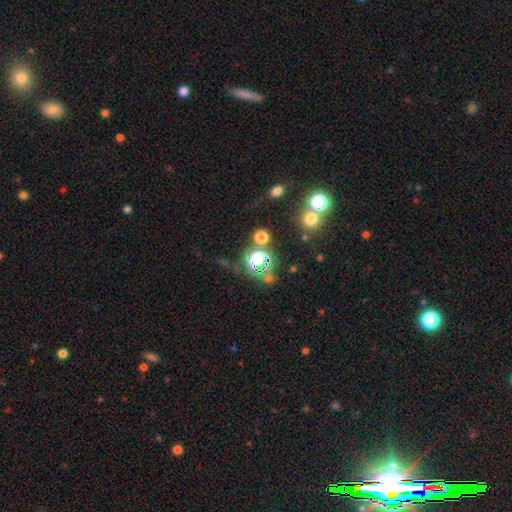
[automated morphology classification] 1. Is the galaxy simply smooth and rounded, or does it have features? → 52% star or artifact, 39% smooth, 10% featured or disk.